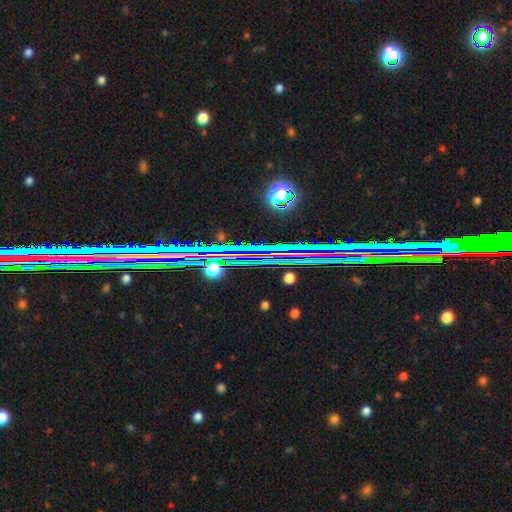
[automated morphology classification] type=star or artifact (77%).